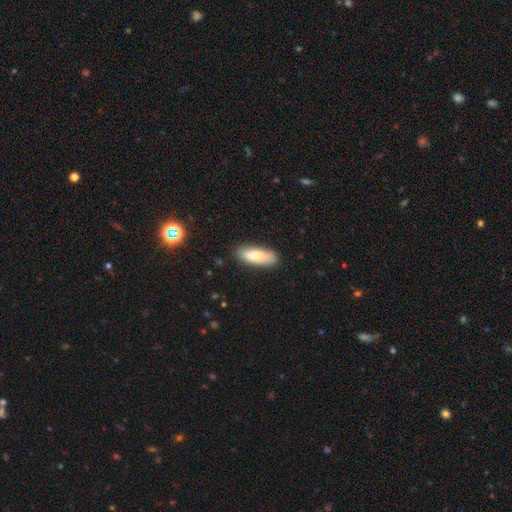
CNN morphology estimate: type=smooth (82%); roundness=in between (65%); merging=none (84%).